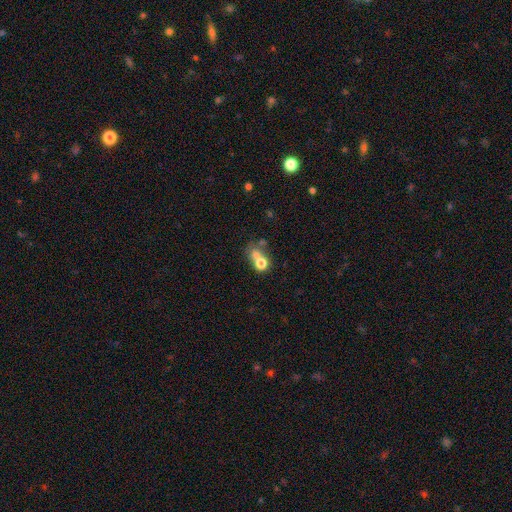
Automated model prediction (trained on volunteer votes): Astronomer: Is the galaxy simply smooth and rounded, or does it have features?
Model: smooth — 65%.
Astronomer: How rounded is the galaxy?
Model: round — 73%.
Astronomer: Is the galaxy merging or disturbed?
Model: merger — 53% (runner-up: none, 34%).